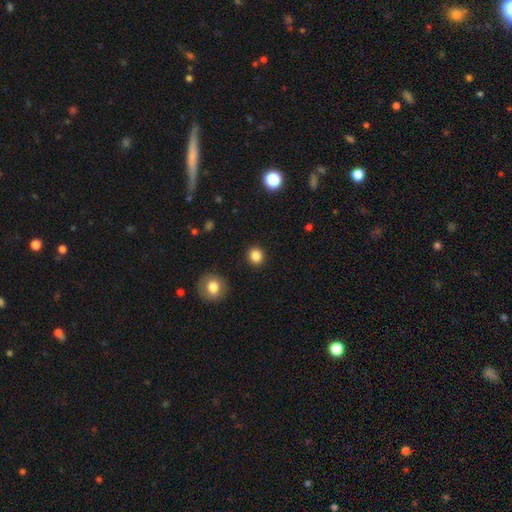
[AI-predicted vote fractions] Morphology: type=smooth (84%); roundness=round (90%); merging=none (92%).